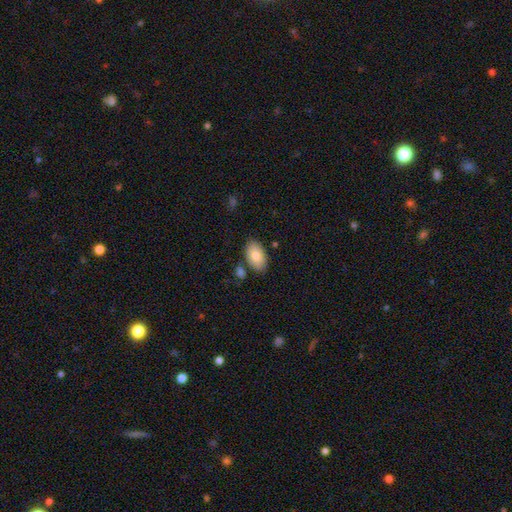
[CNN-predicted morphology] This is clearly a smooth galaxy (82%). How rounded: clearly in between (94%). Merging: likely none (79%).